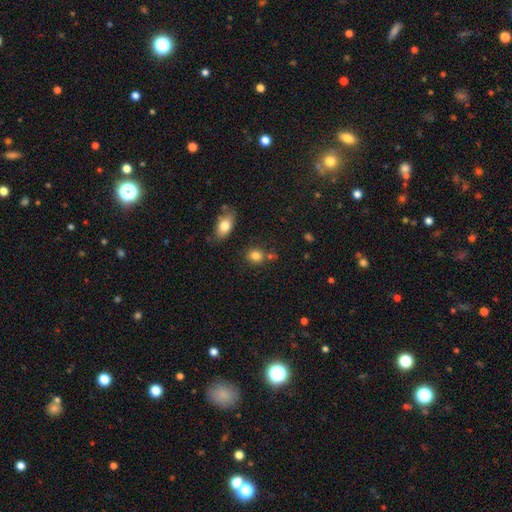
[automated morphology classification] smooth_or_featured: smooth (p=0.82) [alt: star or artifact p=0.11]
how_rounded: round (p=0.70) [alt: in between p=0.29]
merging: none (p=0.71) [alt: merger p=0.13]